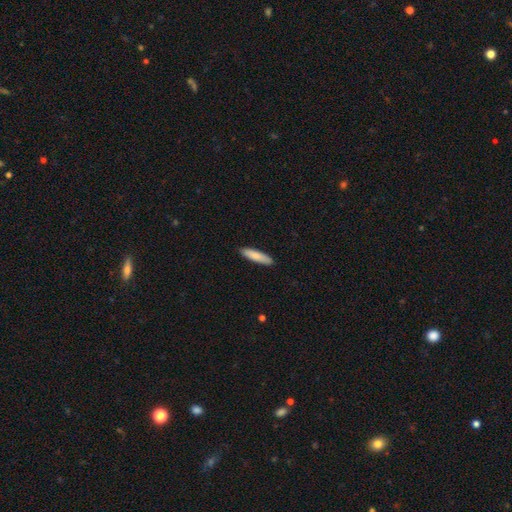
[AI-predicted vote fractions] smooth_or_featured: smooth (p=0.84) [alt: featured or disk p=0.11]
how_rounded: cigar-shaped (p=0.77) [alt: in between p=0.21]
merging: none (p=0.90) [alt: minor disturbance p=0.08]